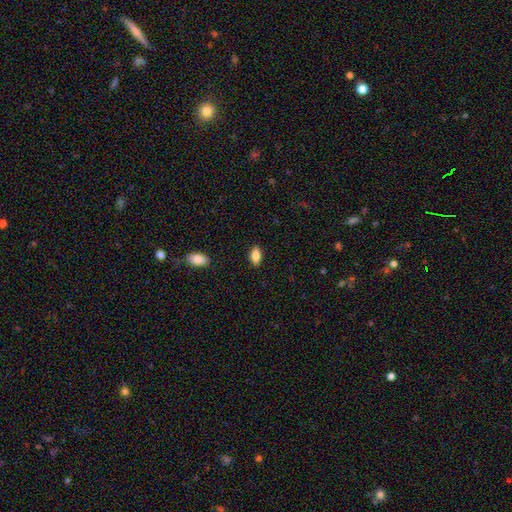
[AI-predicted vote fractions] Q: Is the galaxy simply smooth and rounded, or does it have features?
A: smooth — 82%.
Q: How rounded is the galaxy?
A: in between — 89%.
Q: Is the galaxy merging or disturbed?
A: none — 88%.